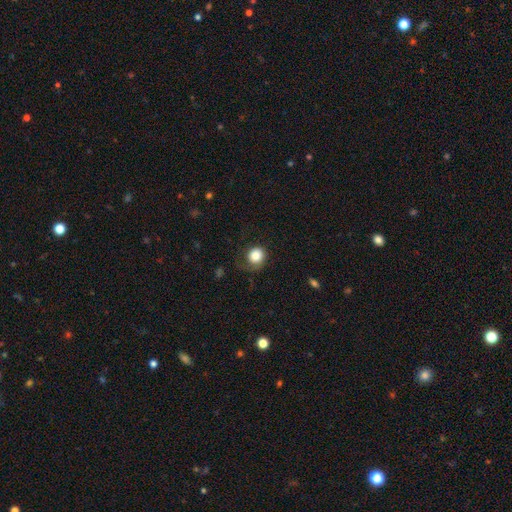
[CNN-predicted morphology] This appears to be a smooth galaxy with no disk features (84%) that is round (82%). Merging: none (56%).